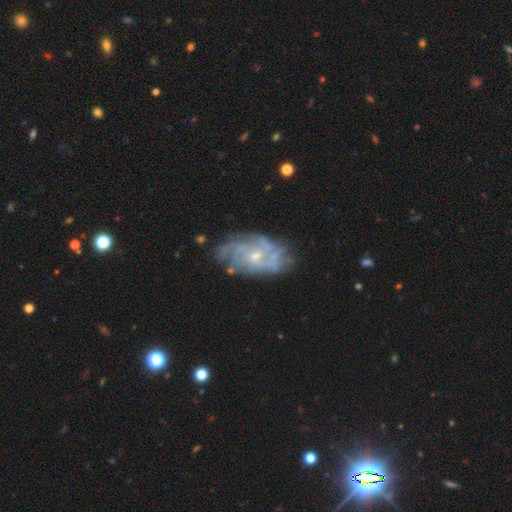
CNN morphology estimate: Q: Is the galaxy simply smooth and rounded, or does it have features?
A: featured or disk — 82%.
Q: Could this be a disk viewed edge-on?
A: no — 96%.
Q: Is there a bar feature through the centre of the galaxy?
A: no — 68%.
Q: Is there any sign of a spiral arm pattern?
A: yes — 87%.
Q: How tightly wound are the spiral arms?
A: tight — 54%.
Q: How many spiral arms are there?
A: can't tell — 47%.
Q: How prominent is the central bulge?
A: small — 62%.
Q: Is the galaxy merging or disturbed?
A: none — 70%.